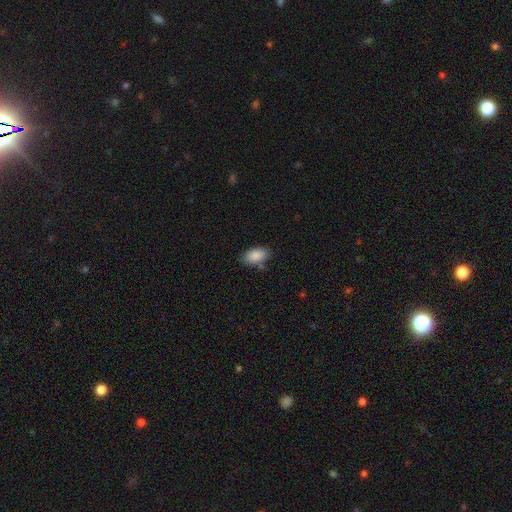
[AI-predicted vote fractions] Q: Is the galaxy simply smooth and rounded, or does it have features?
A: smooth — 88%.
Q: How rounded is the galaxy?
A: in between — 93%.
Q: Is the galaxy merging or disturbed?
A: none — 77%.